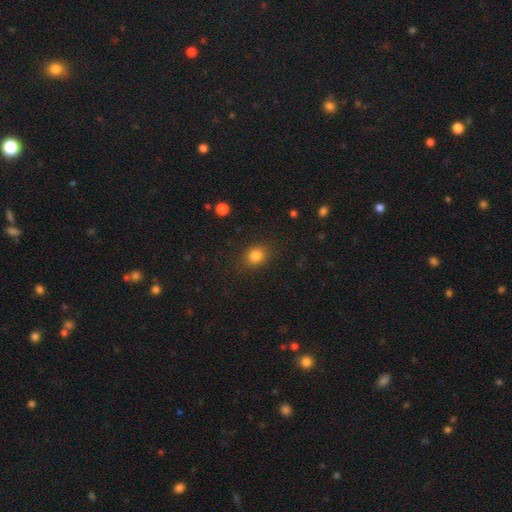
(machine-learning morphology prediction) Overall: smooth (83%). How rounded: round (60%; in between 39%). Merging: none (85%).